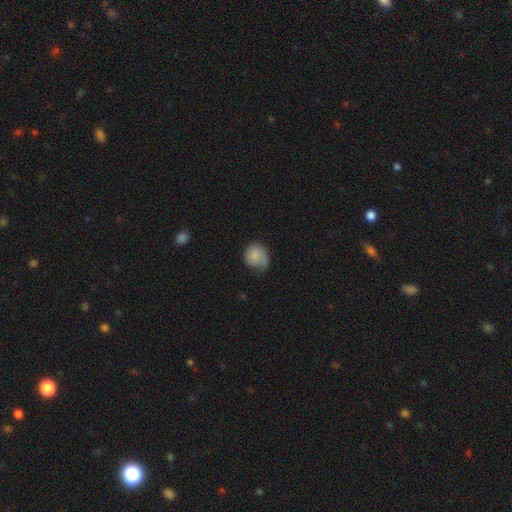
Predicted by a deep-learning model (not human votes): Smooth or featured? smooth (72%)
How rounded? round (72%)
Merging? none (47%)